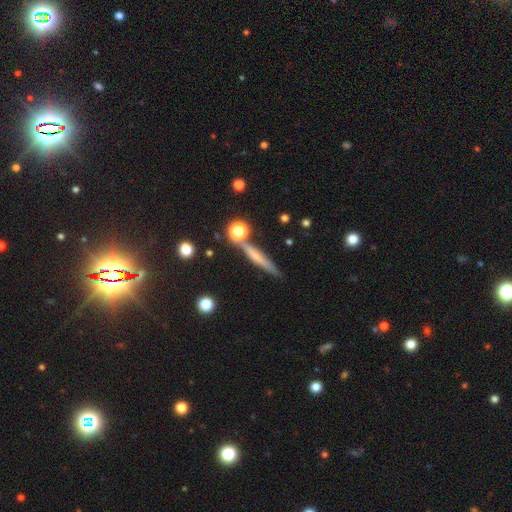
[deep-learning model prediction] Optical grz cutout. It shows a featured or disk galaxy (46%). Merging: none (77%).